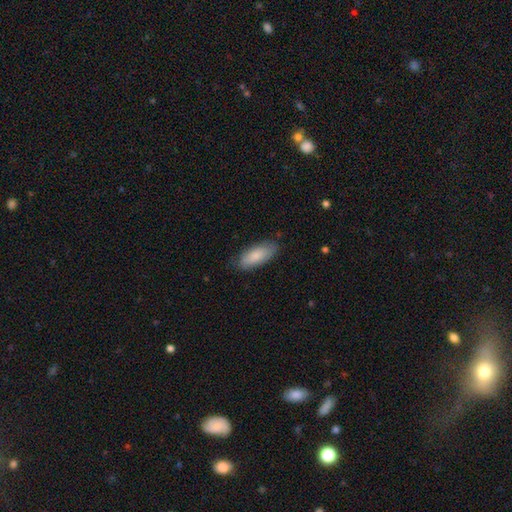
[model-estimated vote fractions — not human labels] A smooth galaxy with no disk features (82%) that is in between round and cigar-shaped (82%). Merging: none (79%).